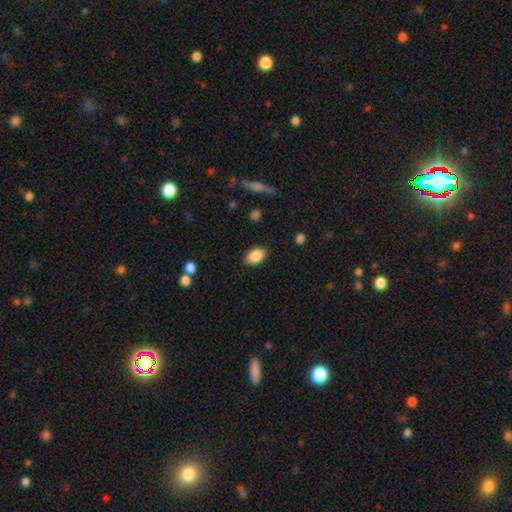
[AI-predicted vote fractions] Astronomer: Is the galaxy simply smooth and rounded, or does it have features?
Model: smooth — 87%.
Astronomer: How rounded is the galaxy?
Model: in between — 88%.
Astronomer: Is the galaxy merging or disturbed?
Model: none — 87%.